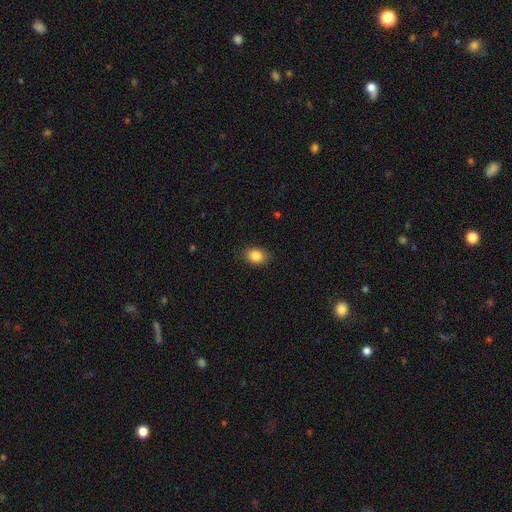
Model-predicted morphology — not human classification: This is clearly a smooth galaxy (85%). How rounded: likely in between (66%). Merging: clearly none (84%).